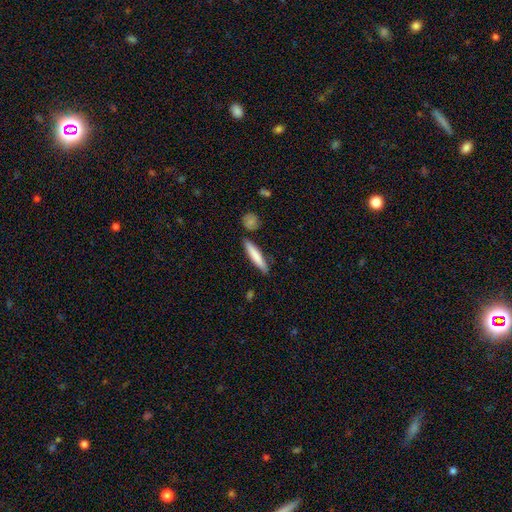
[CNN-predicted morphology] smooth_or_featured: smooth (p=0.78) [alt: featured or disk p=0.17]
how_rounded: cigar-shaped (p=0.90) [alt: in between p=0.08]
merging: none (p=0.85) [alt: minor disturbance p=0.10]